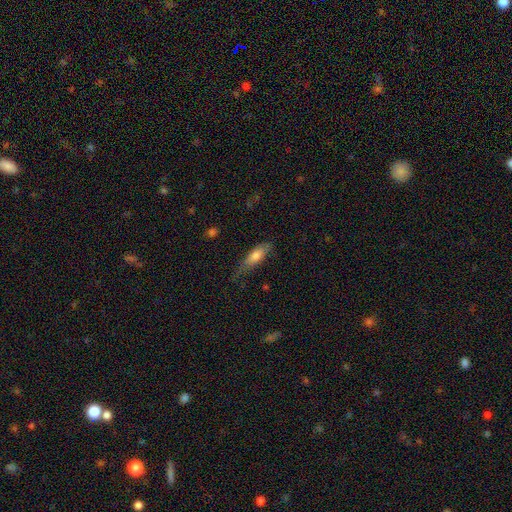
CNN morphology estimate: type=smooth (71%); roundness=in between (50%); merging=none (58%).